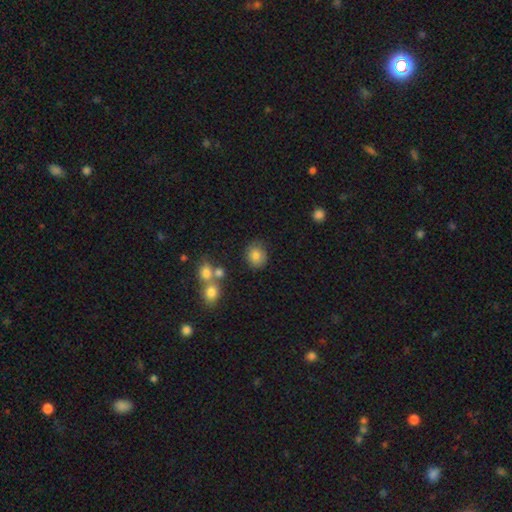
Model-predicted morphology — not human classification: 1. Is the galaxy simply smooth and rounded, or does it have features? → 82% smooth, 11% star or artifact, 8% featured or disk.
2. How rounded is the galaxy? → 73% round, 26% in between, 1% cigar-shaped.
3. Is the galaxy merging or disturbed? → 79% none, 12% minor disturbance, 6% merger, 4% major disturbance.